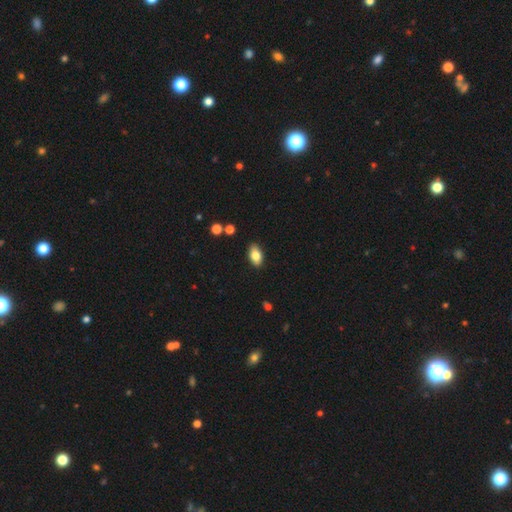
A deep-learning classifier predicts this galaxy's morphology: smooth-or-featured: smooth: 81% | featured or disk: 11% | star or artifact: 8%
  how-rounded: in between: 92% | round: 5% | cigar-shaped: 3%
  merging: none: 87% | minor disturbance: 10% | major disturbance: 2% | merger: 1%